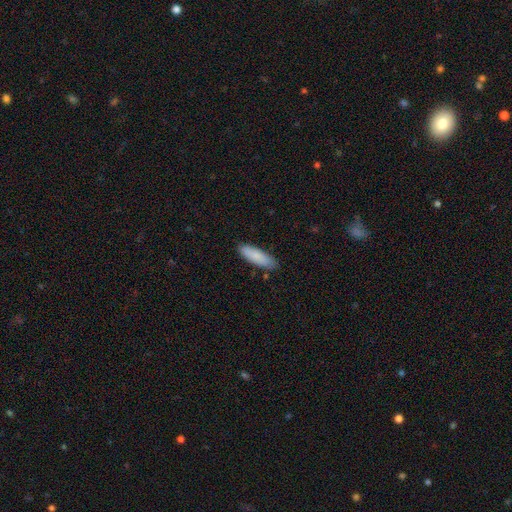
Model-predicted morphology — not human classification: Smooth or featured: smooth — 84% (featured or disk — 10%)
How rounded: cigar-shaped — 51% (in between — 48%)
Merging: none — 84% (minor disturbance — 13%)